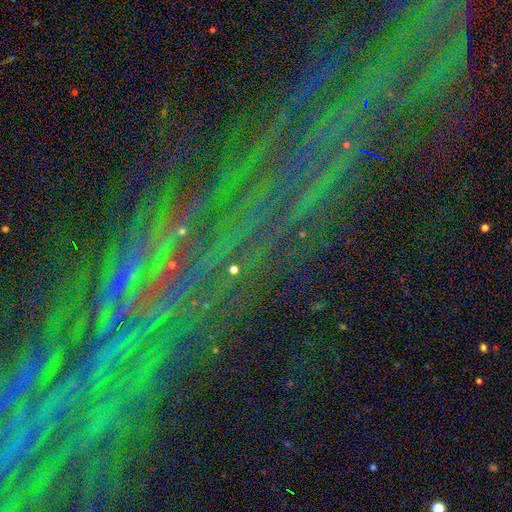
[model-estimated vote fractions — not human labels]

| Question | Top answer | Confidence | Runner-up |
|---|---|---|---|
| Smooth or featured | star or artifact | 80% | featured or disk (11%) |